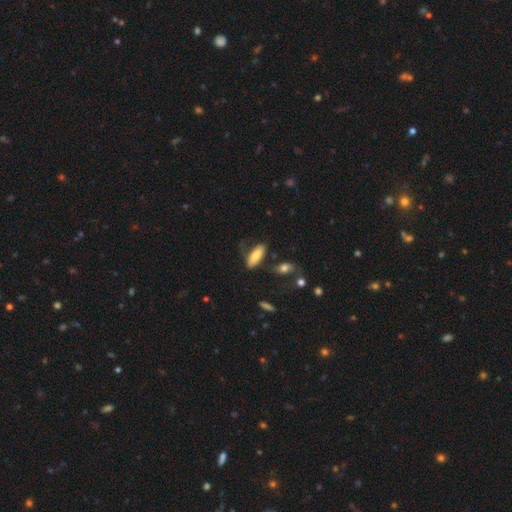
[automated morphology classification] A smooth galaxy with no disk features (71%) that is in between round and cigar-shaped (71%). Merging: none (52%).